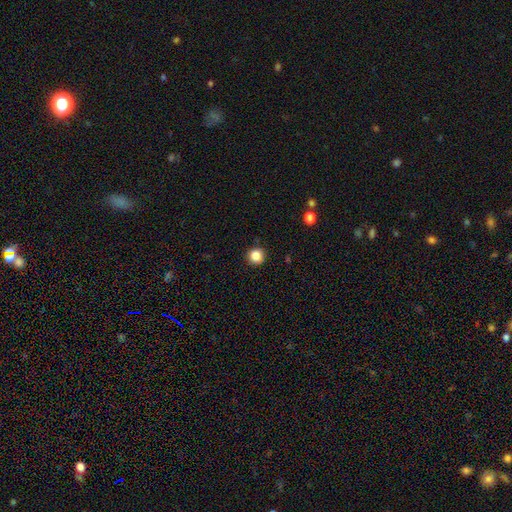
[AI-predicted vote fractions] Smooth or featured: smooth — 85% (star or artifact — 11%)
How rounded: round — 95% (in between — 4%)
Merging: none — 92% (minor disturbance — 5%)